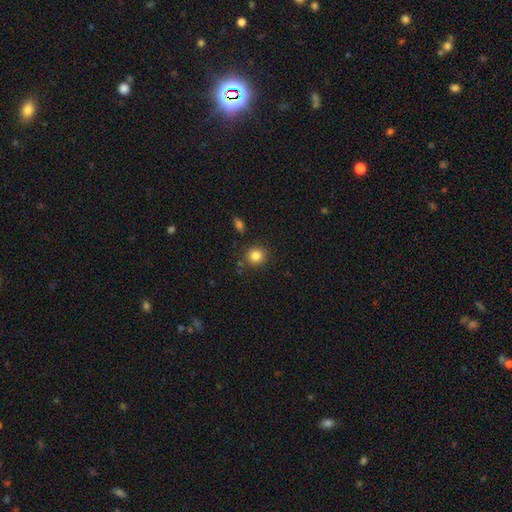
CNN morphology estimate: Smooth or featured? smooth (84%)
How rounded? round (88%)
Merging? none (85%)